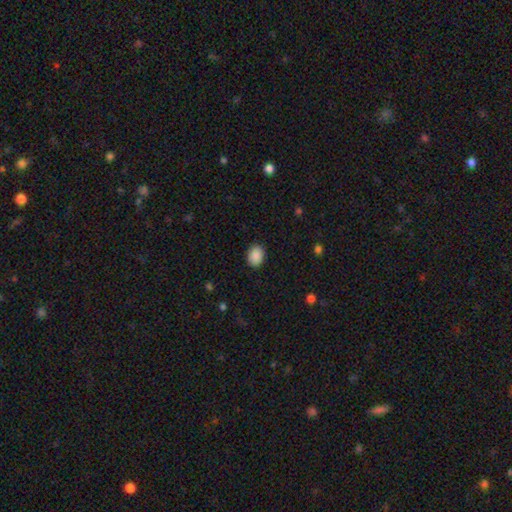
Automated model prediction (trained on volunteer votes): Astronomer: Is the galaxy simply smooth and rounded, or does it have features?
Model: smooth — 90%.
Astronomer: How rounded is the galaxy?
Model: in between — 62% (runner-up: round, 37%).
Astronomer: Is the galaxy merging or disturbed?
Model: none — 88%.